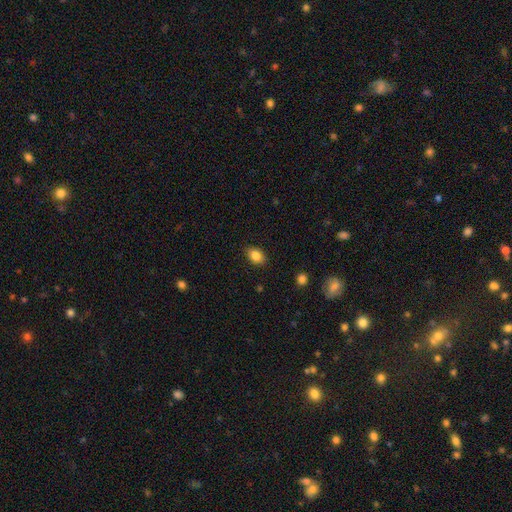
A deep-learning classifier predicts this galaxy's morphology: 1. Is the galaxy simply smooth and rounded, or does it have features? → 85% smooth, 9% star or artifact, 6% featured or disk.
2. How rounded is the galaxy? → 76% in between, 22% round, 1% cigar-shaped.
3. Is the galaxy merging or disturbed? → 86% none, 10% minor disturbance, 2% major disturbance, 1% merger.